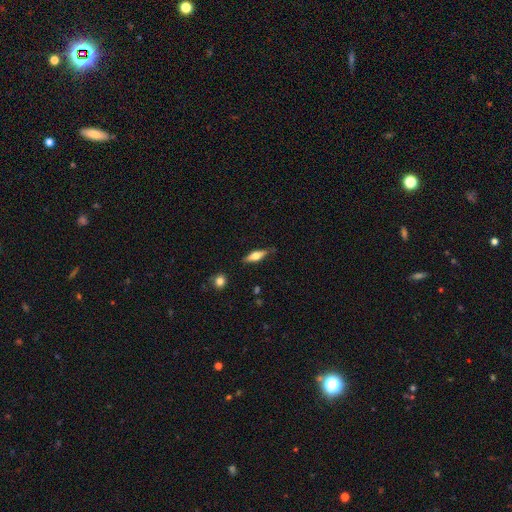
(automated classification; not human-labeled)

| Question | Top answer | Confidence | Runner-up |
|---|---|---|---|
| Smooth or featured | smooth | 54% | featured or disk (40%) |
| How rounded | cigar-shaped | 51% | in between (46%) |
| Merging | none | 79% | minor disturbance (16%) |